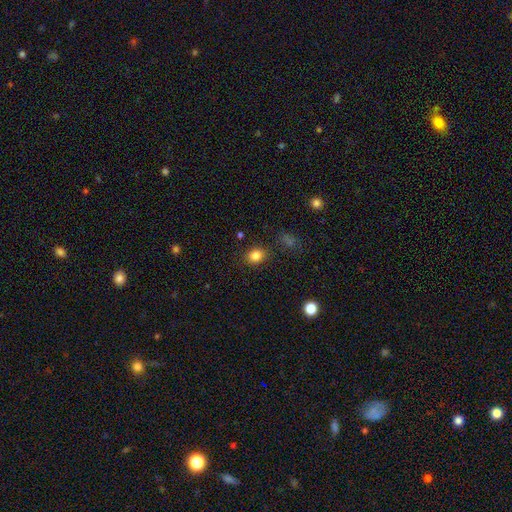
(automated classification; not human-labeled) A smooth galaxy with no disk features (83%) that is round (58%).

Vote fractions:
- Smooth or featured? smooth: 83% / star or artifact: 11% / featured or disk: 5%
- How rounded? round: 58% / in between: 41% / cigar-shaped: 1%
- Merging? none: 85% / minor disturbance: 10% / major disturbance: 3% / merger: 2%